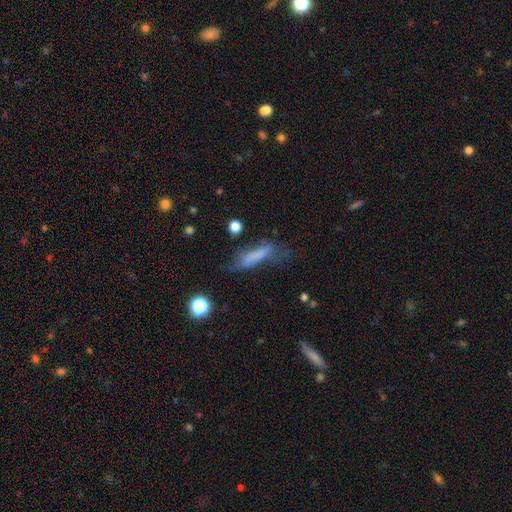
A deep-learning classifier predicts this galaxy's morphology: A smooth galaxy with no disk features (60%) that is cigar-shaped (64%). Merging: none (40%).